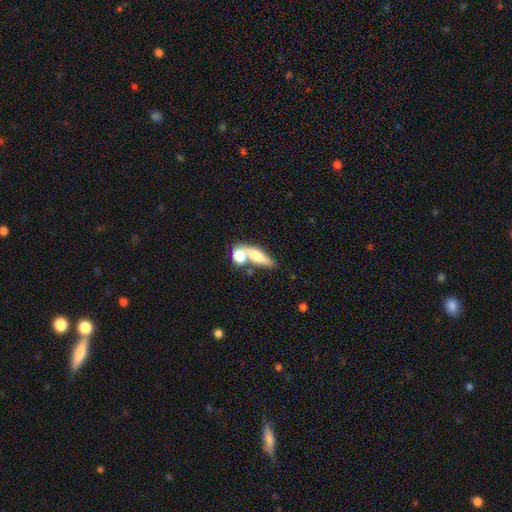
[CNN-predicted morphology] The model was most divided on "merging": merger: 43%, none: 39%, minor disturbance: 11%, major disturbance: 7%. More confident: smooth or featured — smooth (67%); how rounded — in between (50%).